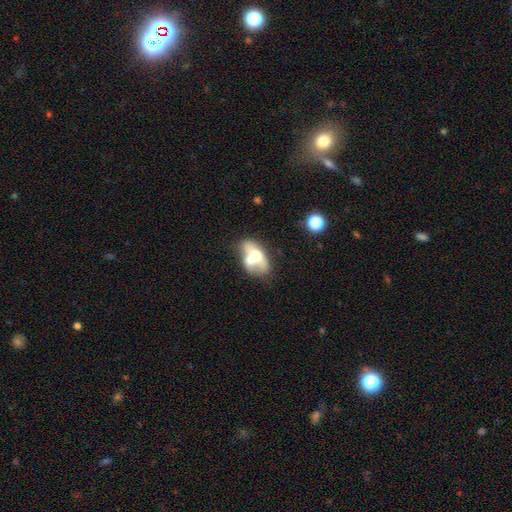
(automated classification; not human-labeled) smooth-or-featured: smooth: 50% | featured or disk: 43% | star or artifact: 8%
  merging: merger: 56% | none: 24% | minor disturbance: 12% | major disturbance: 8%